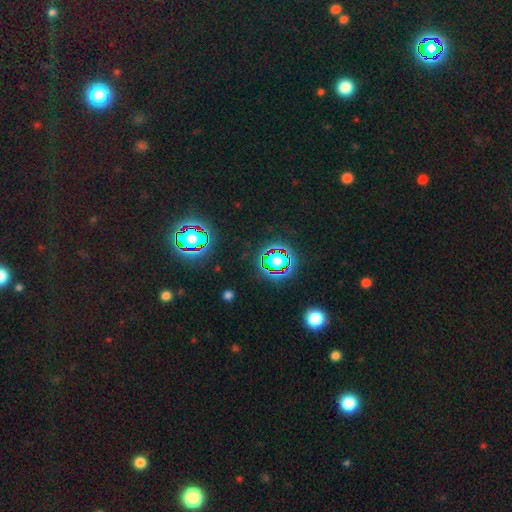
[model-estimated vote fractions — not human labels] Morphology: type=star or artifact (80%).